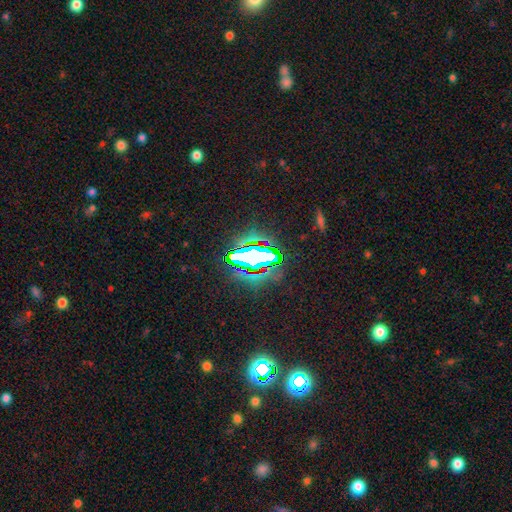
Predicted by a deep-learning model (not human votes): Overall: star or artifact (69%).